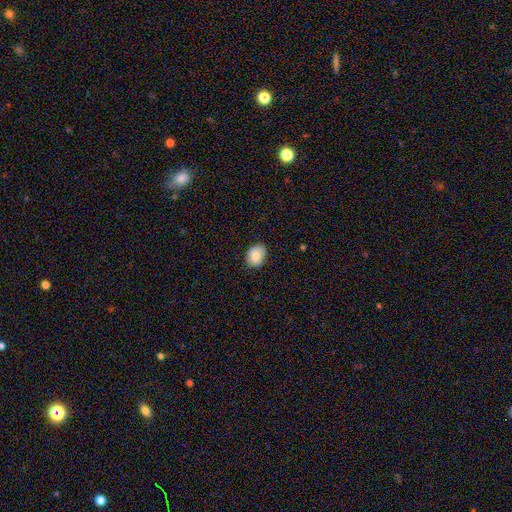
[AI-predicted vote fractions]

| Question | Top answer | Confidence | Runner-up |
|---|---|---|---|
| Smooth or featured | smooth | 86% | star or artifact (8%) |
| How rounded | in between | 63% | round (36%) |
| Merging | none | 84% | minor disturbance (13%) |